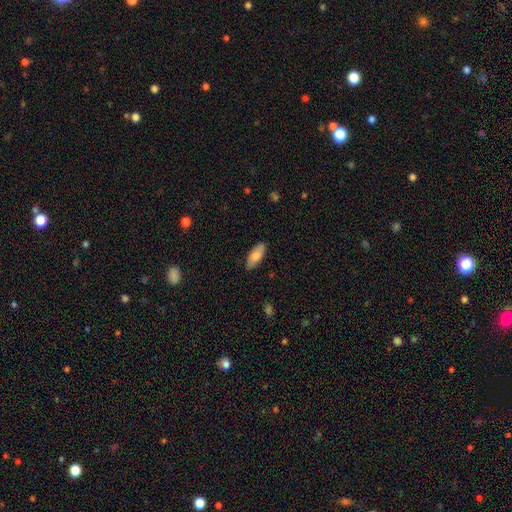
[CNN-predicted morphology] smooth 76%, featured or disk 18%, star or artifact 6%. Down the decision tree: how rounded — in between (78%); merging — none (86%).